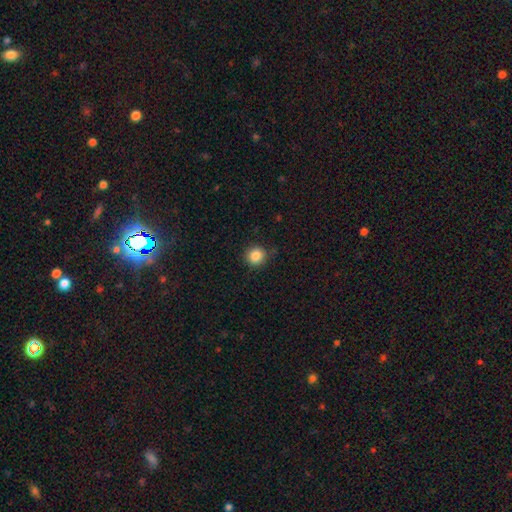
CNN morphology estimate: Smooth or featured? smooth (86%)
How rounded? round (90%)
Merging? none (86%)